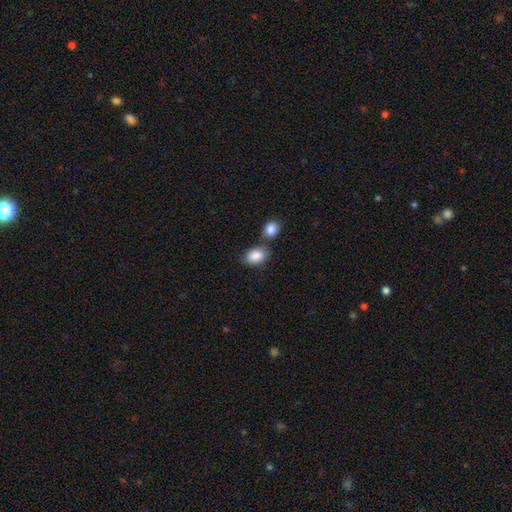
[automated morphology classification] Smooth or featured? smooth (87%)
How rounded? in between (83%)
Merging? none (55%)